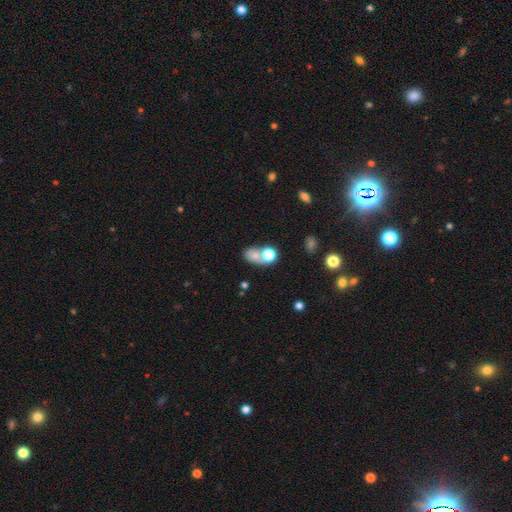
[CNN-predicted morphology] smooth 67%, featured or disk 18%, star or artifact 15%. Down the decision tree: how rounded — in between (64%); merging — merger (47%).